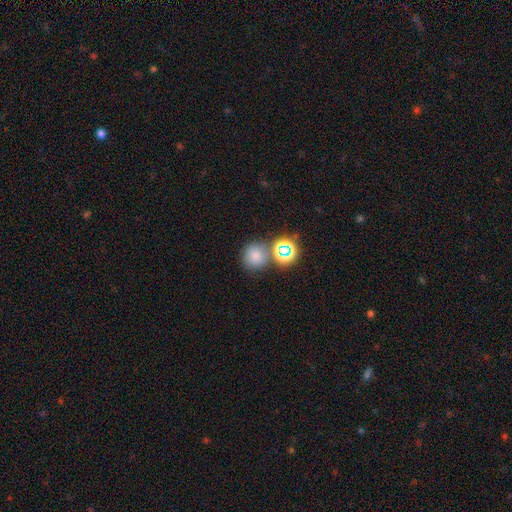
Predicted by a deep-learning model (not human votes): This is likely a smooth galaxy (72%). How rounded: clearly round (88%). Merging: likely none (67%).